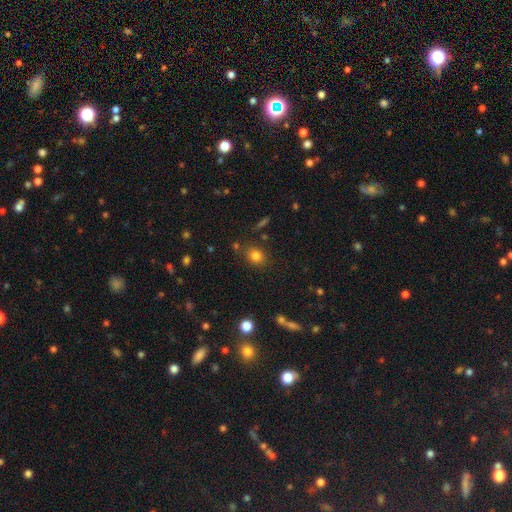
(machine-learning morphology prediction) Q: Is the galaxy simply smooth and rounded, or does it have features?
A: smooth — 80%.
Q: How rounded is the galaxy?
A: round — 57%.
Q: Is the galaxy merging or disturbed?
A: none — 80%.